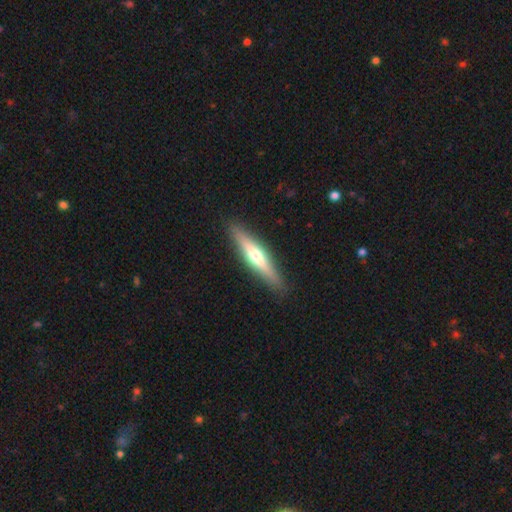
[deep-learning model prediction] Overall: featured or disk (58%; smooth 36%). Edge-on disk: yes (94%). Edge-on bulge: rounded (88%). Merging: none (90%).